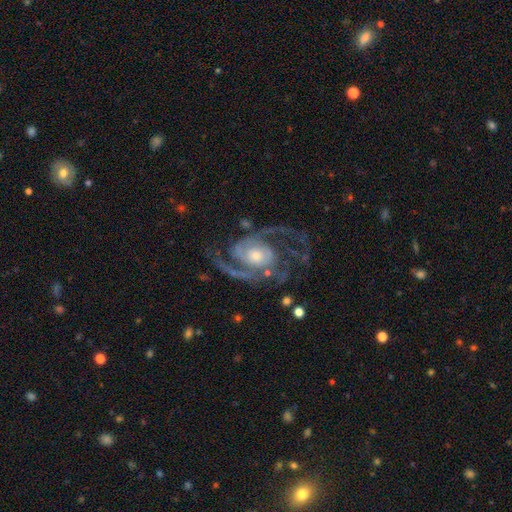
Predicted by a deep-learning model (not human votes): A featured or disk galaxy (92%) with no bar (66%), 2 (75%) medium (55%) spiral arms (98%) and a moderate central bulge (56%). Merging: none (67%).